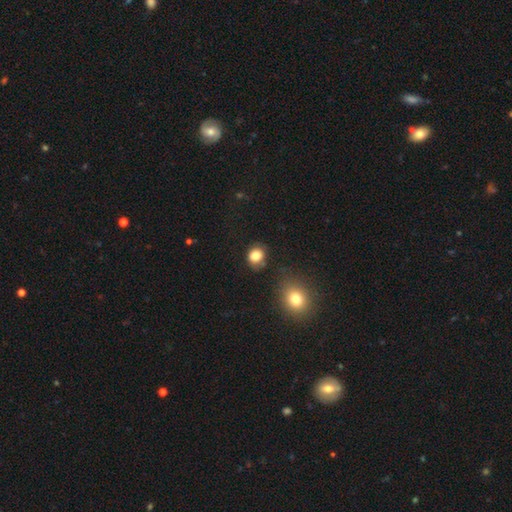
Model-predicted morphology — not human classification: Smooth or featured? Predicted: smooth (p=0.84). How rounded? Predicted: round (p=0.71). Merging? Predicted: none (p=0.79).